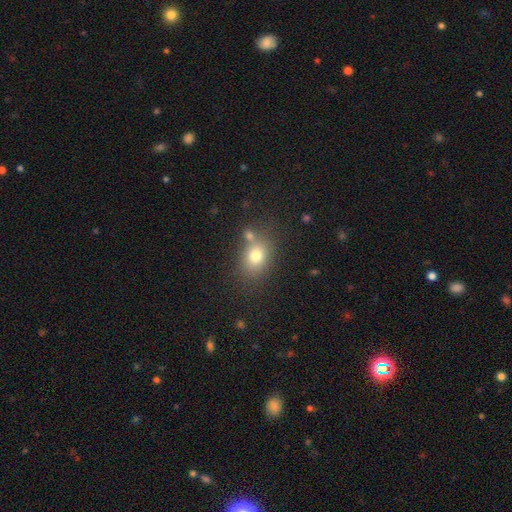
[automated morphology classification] Smooth or featured: smooth — 75% (star or artifact — 13%)
How rounded: in between — 55% (round — 44%)
Merging: none — 64% (merger — 18%)